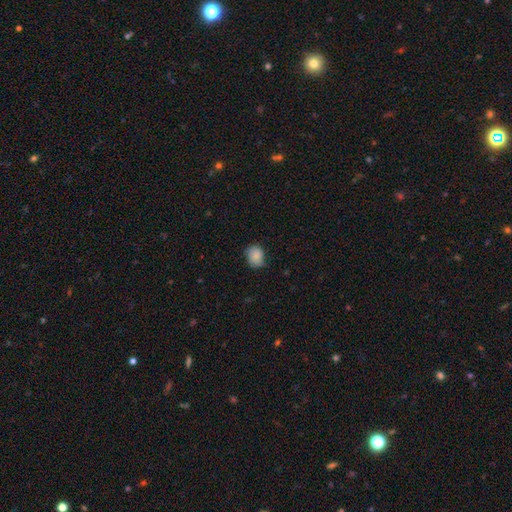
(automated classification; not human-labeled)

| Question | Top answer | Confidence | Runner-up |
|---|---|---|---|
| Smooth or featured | smooth | 84% | featured or disk (9%) |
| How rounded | round | 55% | in between (44%) |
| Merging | none | 64% | minor disturbance (29%) |